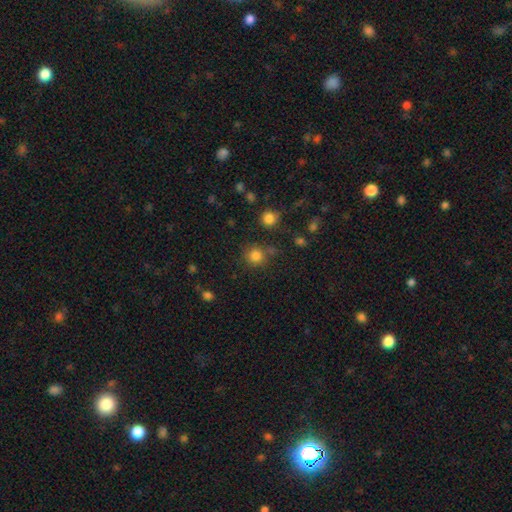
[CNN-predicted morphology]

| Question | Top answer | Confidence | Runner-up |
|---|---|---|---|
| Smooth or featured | smooth | 81% | star or artifact (14%) |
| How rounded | round | 91% | in between (8%) |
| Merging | none | 77% | minor disturbance (10%) |